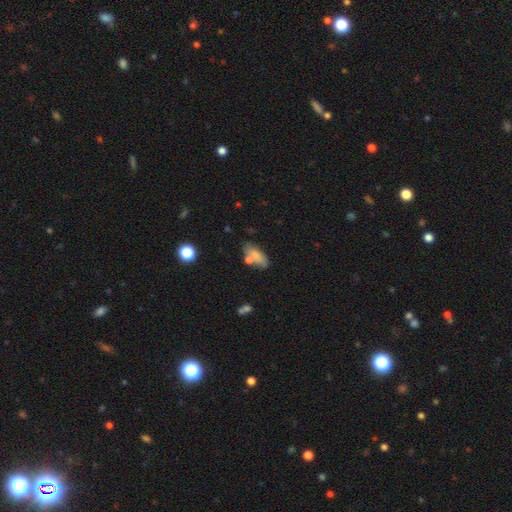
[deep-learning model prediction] This is likely a smooth galaxy (74%). How rounded: clearly in between (83%). Merging: likely none (61%).